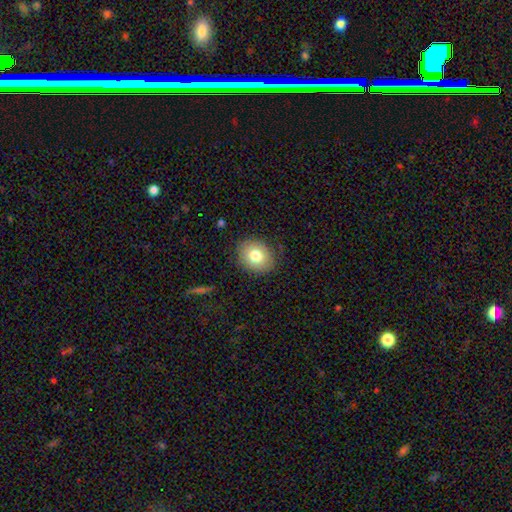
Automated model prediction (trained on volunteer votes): This appears to be a smooth galaxy with no disk features (78%) that is round (55%). Merging: none (86%).